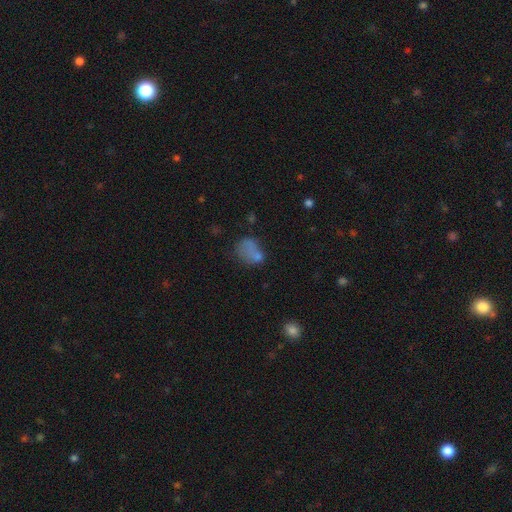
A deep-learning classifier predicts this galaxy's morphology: This is likely a smooth galaxy (67%). How rounded: likely in between (63%). Merging: marginally none (37%).